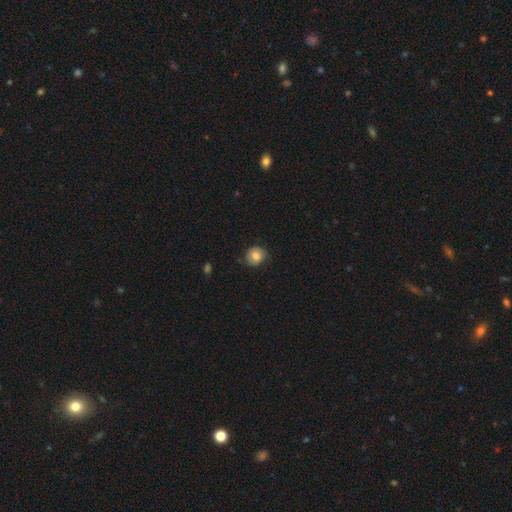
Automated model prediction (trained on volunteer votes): Smooth or featured? smooth (78%)
How rounded? round (74%)
Merging? none (74%)